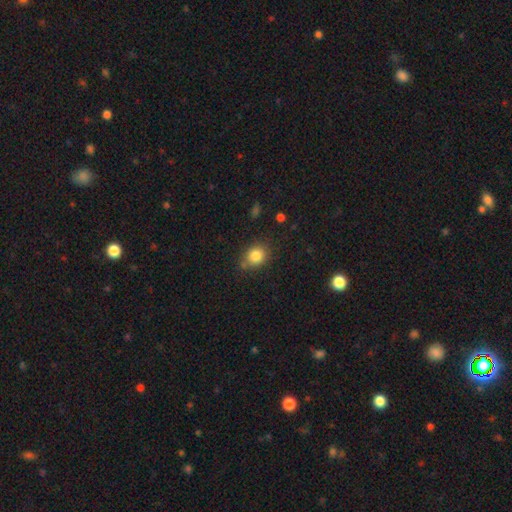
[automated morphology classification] This is clearly a smooth galaxy (83%). How rounded: likely round (65%). Merging: likely none (75%).